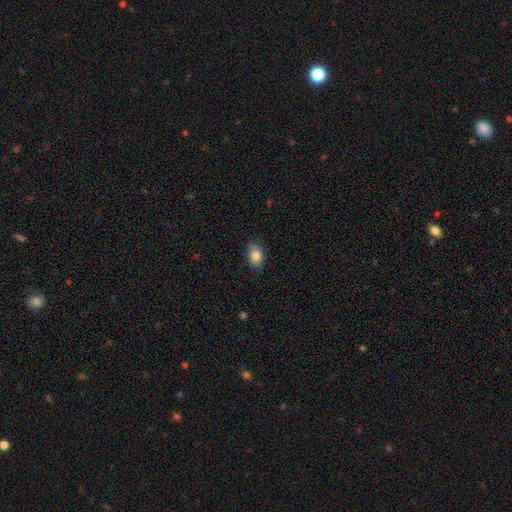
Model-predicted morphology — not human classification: Q: Smooth or featured?
A: smooth (84%); runner-up: featured or disk (8%)
Q: How rounded?
A: in between (87%); runner-up: round (11%)
Q: Merging?
A: none (80%); runner-up: minor disturbance (16%)